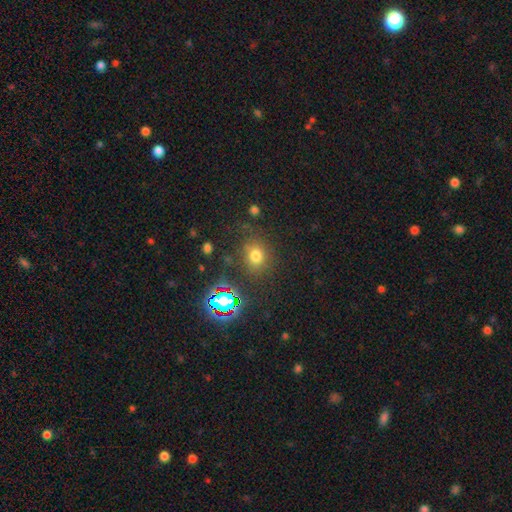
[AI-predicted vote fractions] Q: Smooth or featured?
A: smooth (68%); runner-up: star or artifact (23%)
Q: How rounded?
A: round (66%); runner-up: in between (32%)
Q: Merging?
A: none (75%); runner-up: minor disturbance (14%)